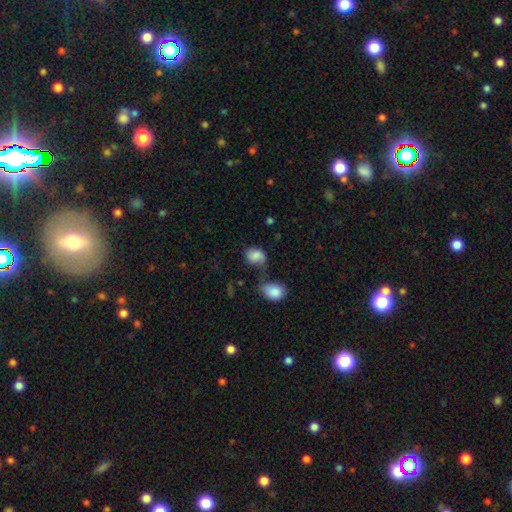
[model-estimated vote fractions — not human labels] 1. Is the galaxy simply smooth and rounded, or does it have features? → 78% smooth, 13% featured or disk, 9% star or artifact.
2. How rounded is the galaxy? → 55% in between, 44% round, 1% cigar-shaped.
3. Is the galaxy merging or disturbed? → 37% none, 25% minor disturbance, 24% merger, 14% major disturbance.